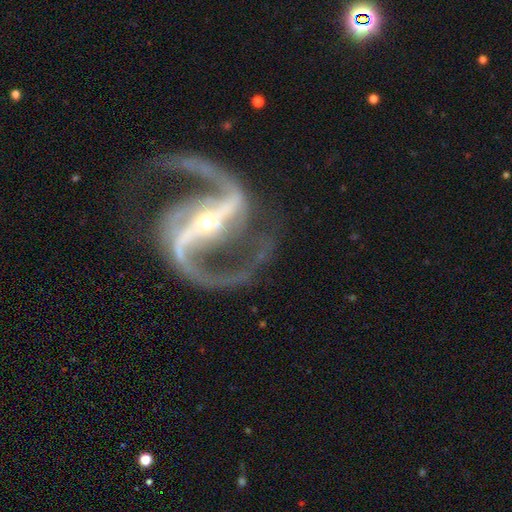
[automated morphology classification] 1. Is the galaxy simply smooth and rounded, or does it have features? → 94% featured or disk, 4% star or artifact, 2% smooth.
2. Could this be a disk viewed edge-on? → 97% no, 3% yes.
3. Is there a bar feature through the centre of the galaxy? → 78% strong, 15% weak, 7% no.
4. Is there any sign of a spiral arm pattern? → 99% yes, 1% no.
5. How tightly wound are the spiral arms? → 61% medium, 25% loose, 14% tight.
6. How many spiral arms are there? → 95% 2, 1% 3, 1% can't tell, 1% 1, 1% 4, 1% more than 4.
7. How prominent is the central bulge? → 73% small, 23% moderate, 2% large, 1% none, 1% dominant.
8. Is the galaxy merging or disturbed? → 79% none, 12% minor disturbance, 7% major disturbance, 2% merger.